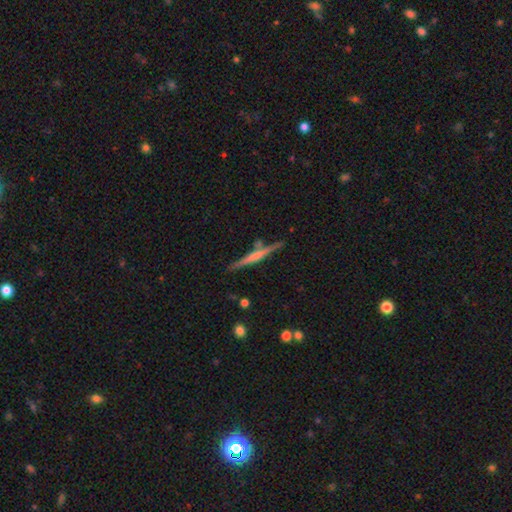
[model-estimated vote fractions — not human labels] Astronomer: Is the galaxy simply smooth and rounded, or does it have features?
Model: featured or disk — 60%.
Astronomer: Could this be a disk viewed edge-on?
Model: yes — 97%.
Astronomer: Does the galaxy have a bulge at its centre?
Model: none — 40% (runner-up: rounded, 35%).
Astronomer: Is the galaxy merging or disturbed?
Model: none — 81%.